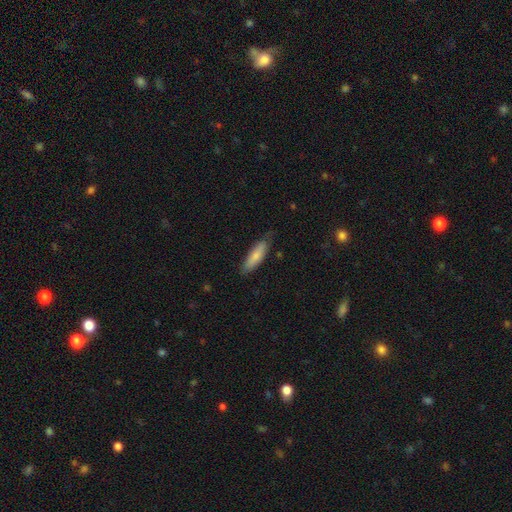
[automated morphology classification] Smooth or featured? smooth (77%)
How rounded? cigar-shaped (56%)
Merging? none (72%)